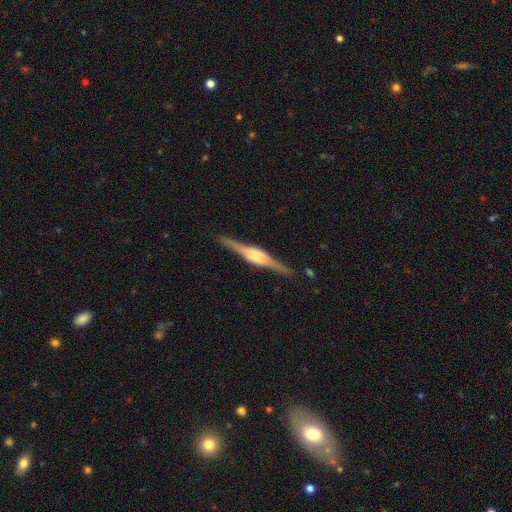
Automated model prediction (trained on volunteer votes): smooth_or_featured: featured or disk (p=0.82) [alt: smooth p=0.12]
disk_edge_on: yes (p=0.98) [alt: no p=0.02]
edge_on_bulge: rounded (p=0.65) [alt: boxy p=0.32]
merging: none (p=0.87) [alt: minor disturbance p=0.10]